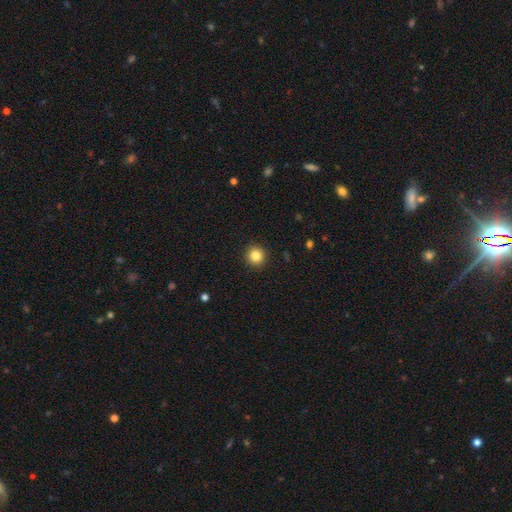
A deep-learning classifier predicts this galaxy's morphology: This is clearly a smooth galaxy (85%). How rounded: clearly round (93%). Merging: clearly none (92%).